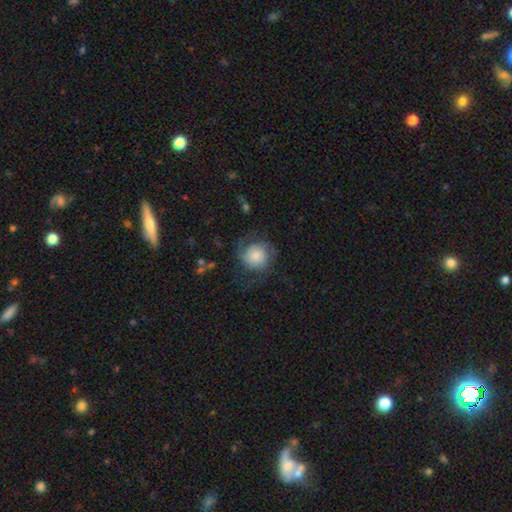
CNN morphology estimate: A smooth galaxy with no disk features (48%).

Vote fractions:
- Smooth or featured? smooth: 48% / featured or disk: 44% / star or artifact: 8%
- Merging? none: 61% / minor disturbance: 19% / major disturbance: 18% / merger: 1%